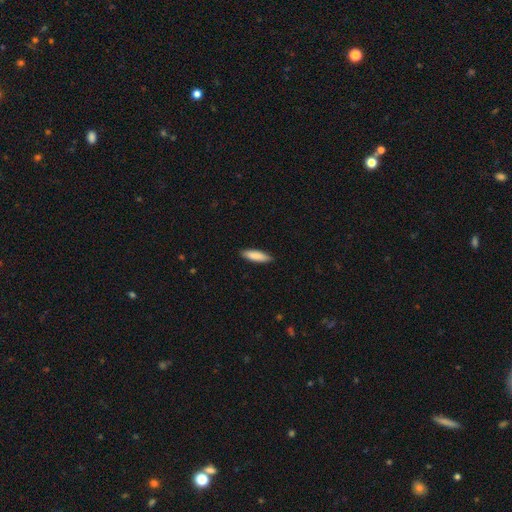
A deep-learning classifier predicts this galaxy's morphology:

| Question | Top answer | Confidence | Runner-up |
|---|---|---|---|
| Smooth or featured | smooth | 87% | featured or disk (7%) |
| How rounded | cigar-shaped | 60% | in between (39%) |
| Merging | none | 88% | minor disturbance (10%) |